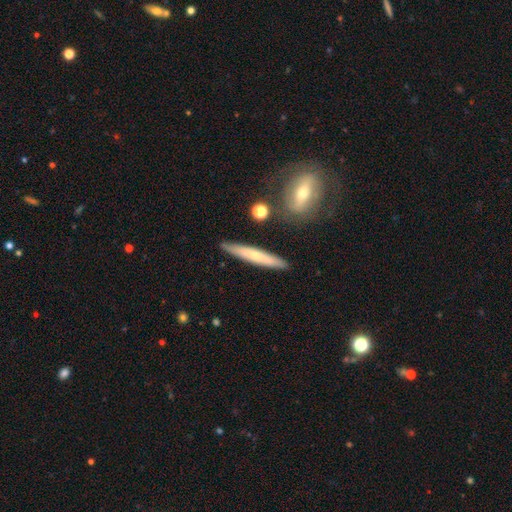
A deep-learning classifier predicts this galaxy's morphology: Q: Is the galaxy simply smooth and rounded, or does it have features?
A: smooth — 54%.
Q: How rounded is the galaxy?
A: cigar-shaped — 93%.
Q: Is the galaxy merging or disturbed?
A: none — 86%.